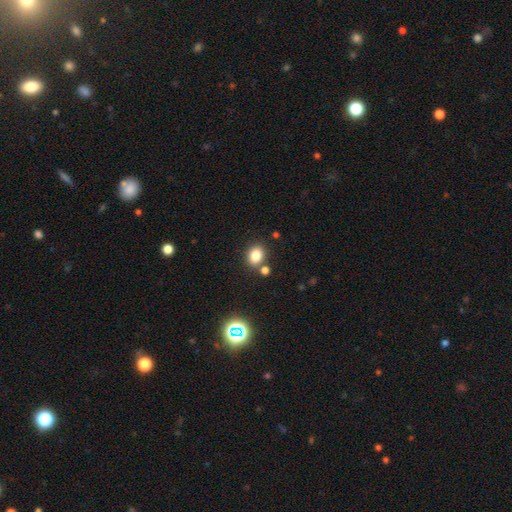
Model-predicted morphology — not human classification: This is clearly a smooth galaxy (81%). How rounded: possibly round (51%). Merging: likely none (75%).